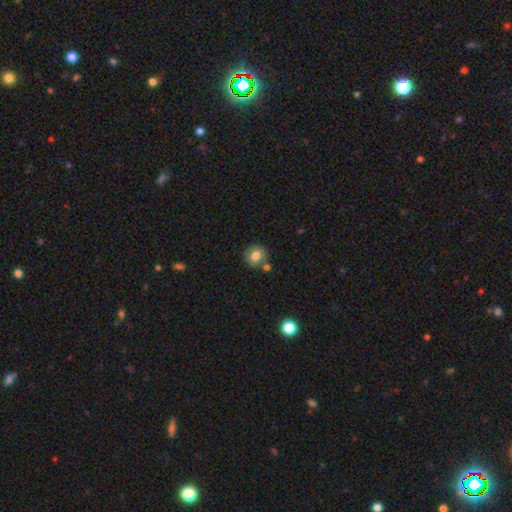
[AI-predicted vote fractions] Smooth or featured? smooth (78%)
How rounded? round (78%)
Merging? none (73%)